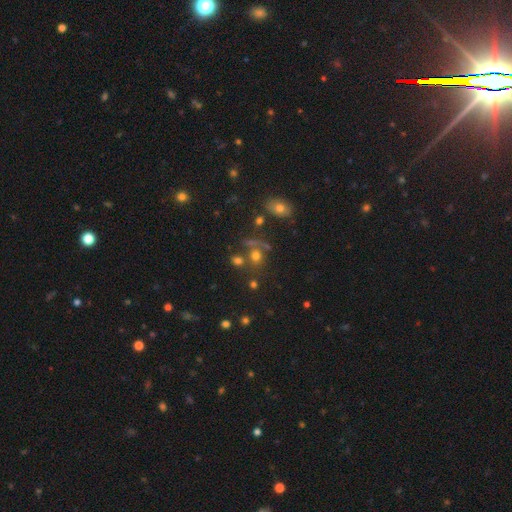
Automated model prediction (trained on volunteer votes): Smooth or featured? Predicted: smooth (p=0.67). How rounded? Predicted: round (p=0.81). Merging? Predicted: none (p=0.62).